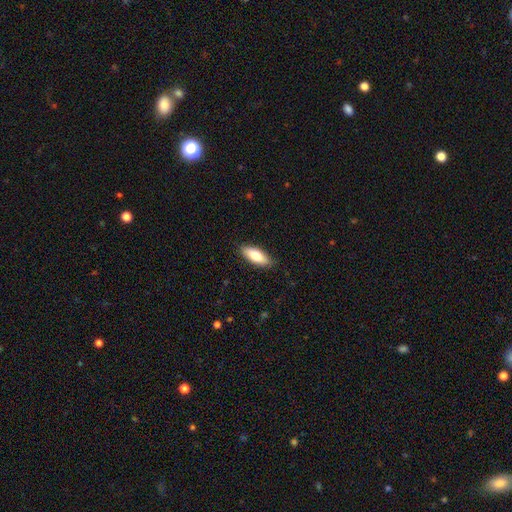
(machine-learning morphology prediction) Q: Smooth or featured?
A: smooth (79%); runner-up: featured or disk (16%)
Q: How rounded?
A: in between (73%); runner-up: cigar-shaped (25%)
Q: Merging?
A: none (87%); runner-up: minor disturbance (10%)